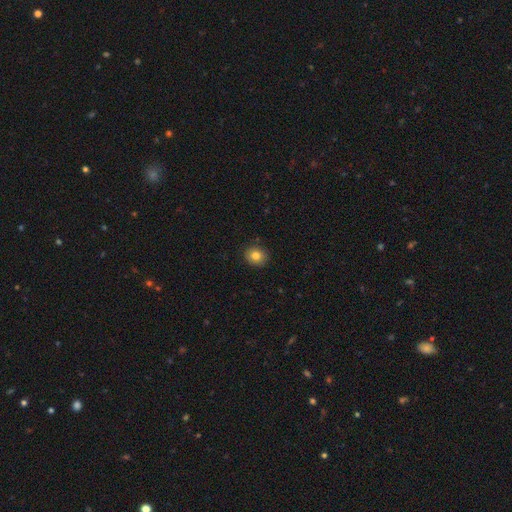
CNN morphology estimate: A smooth galaxy with no disk features (81%) that is round (78%). Merging: none (90%).